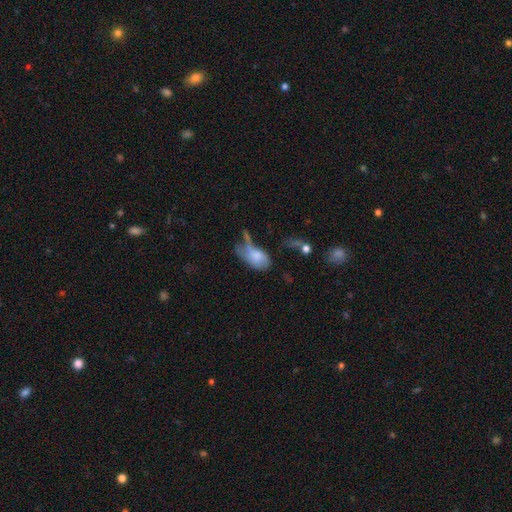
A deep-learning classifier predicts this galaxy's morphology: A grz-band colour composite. It shows a smooth galaxy with no disk features (67%) that is in between round and cigar-shaped (91%). Merging: major disturbance (35%).